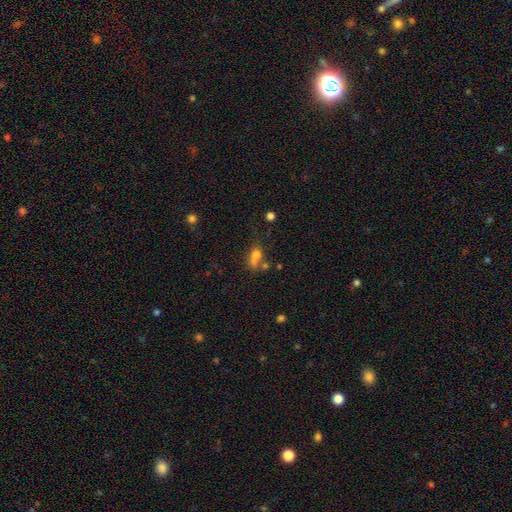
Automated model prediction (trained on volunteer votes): This appears to be a smooth galaxy with no disk features (68%) that is in between round and cigar-shaped (67%). Merging: merger (33%).